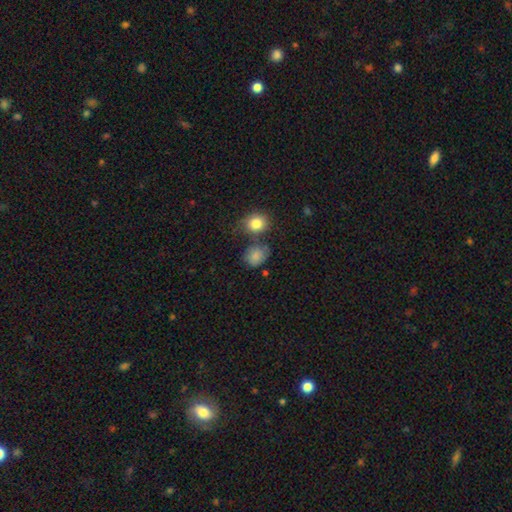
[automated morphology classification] This appears to be a smooth galaxy with no disk features (82%) that is round (53%). Merging: none (56%).